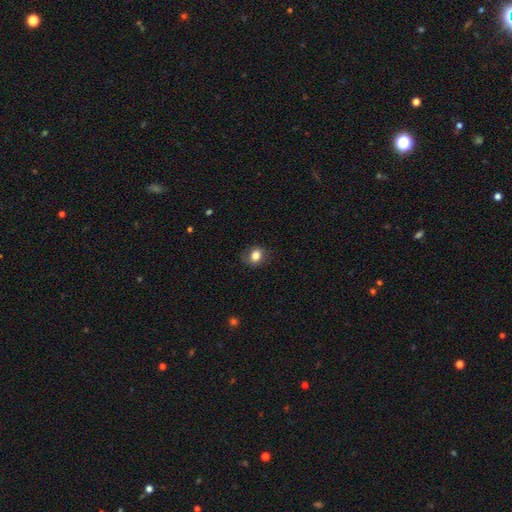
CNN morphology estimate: smooth_or_featured: smooth (p=0.80) [alt: star or artifact p=0.10]
how_rounded: round (p=0.62) [alt: in between p=0.37]
merging: none (p=0.78) [alt: minor disturbance p=0.16]